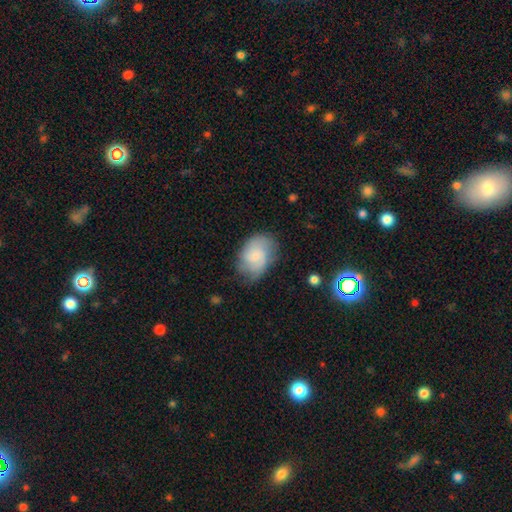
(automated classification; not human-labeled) Overall: smooth (51%; featured or disk 41%). How rounded: in between (79%). Merging: none (65%; minor disturbance 25%).